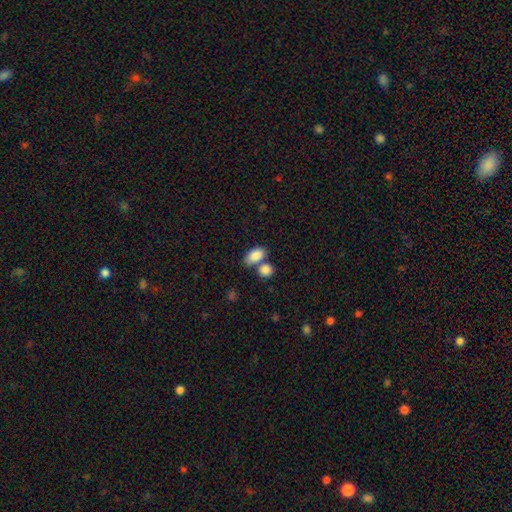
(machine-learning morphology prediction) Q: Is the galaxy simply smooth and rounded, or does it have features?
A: smooth — 86%.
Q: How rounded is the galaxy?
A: in between — 87%.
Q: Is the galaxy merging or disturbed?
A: none — 43%.